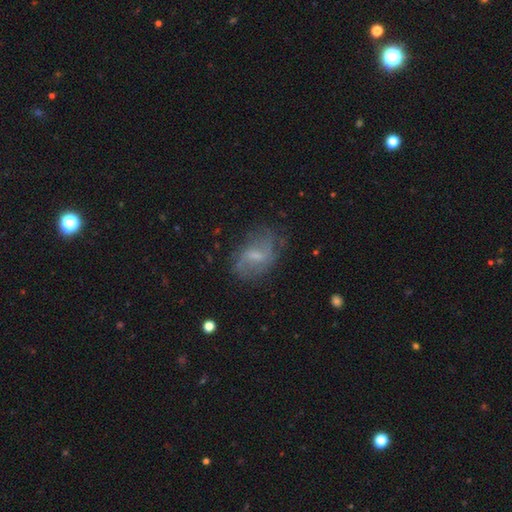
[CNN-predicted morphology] A featured or disk galaxy (59%) with a weak bar (58%), spiral arms (73%) and a small central bulge (46%). Merging: none (62%).